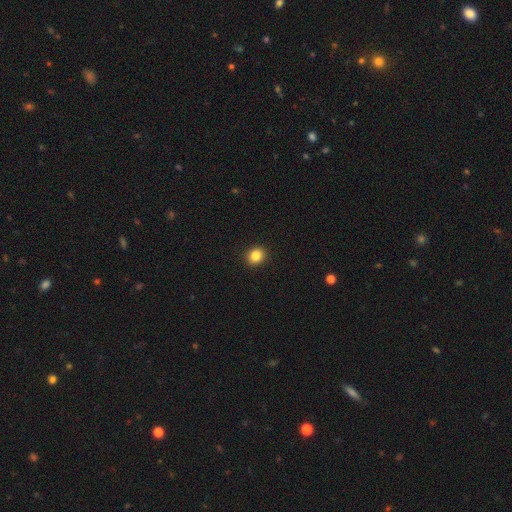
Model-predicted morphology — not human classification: Smooth or featured? Predicted: smooth (p=0.85). How rounded? Predicted: round (p=0.78). Merging? Predicted: none (p=0.93).